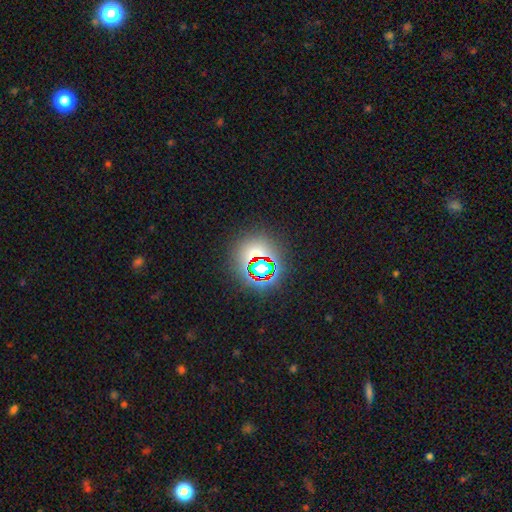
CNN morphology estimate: A star or artifact, not a galaxy (56%).

Vote fractions:
- Smooth or featured? star or artifact: 56% / smooth: 34% / featured or disk: 10%